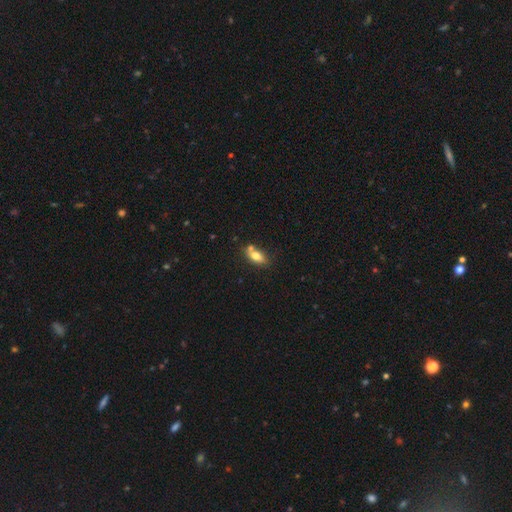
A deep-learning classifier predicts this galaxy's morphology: Smooth or featured?
  - smooth: 74% *
  - featured or disk: 18%
  - star or artifact: 8%
How rounded?
  - in between: 83% *
  - cigar-shaped: 11%
  - round: 6%
Merging?
  - none: 58% *
  - merger: 20%
  - minor disturbance: 17%
  - major disturbance: 4%